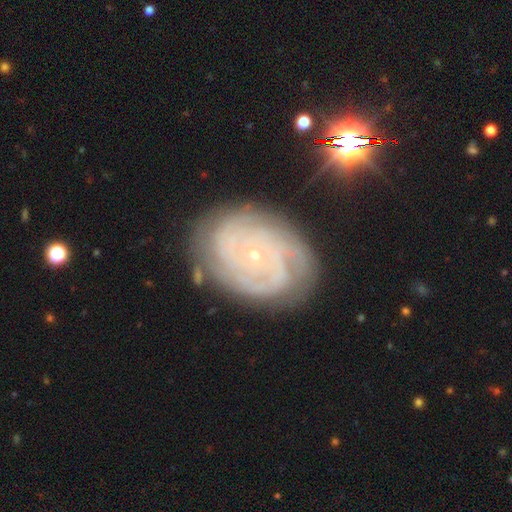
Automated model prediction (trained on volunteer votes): featured or disk 83%, smooth 9%, star or artifact 8%. Down the decision tree: edge-on disk — no (97%); bar — no (76%); spiral arms — yes (96%); spiral arm count — can't tell (28%); spiral winding — tight (76%); bulge size — small (87%); merging — none (77%).